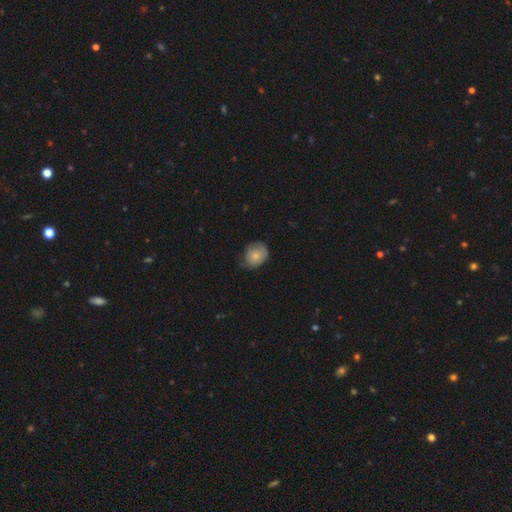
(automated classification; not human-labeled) The model was most divided on "how rounded": round: 54%, in between: 45%, cigar-shaped: 1%. Remaining: smooth or featured — smooth (69%); merging — none (49%).